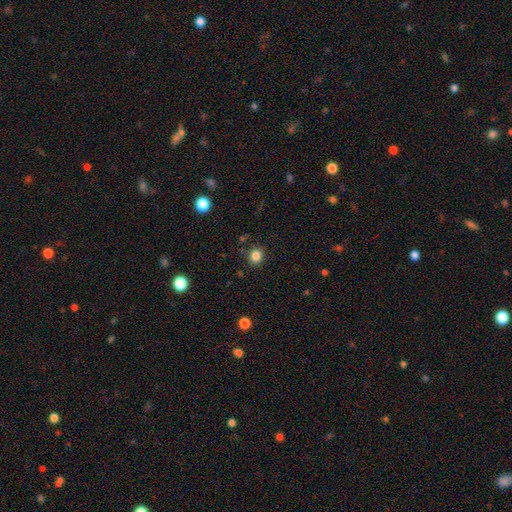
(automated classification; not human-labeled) Smooth or featured: smooth — 83% (star or artifact — 12%)
How rounded: round — 77% (in between — 23%)
Merging: none — 86% (minor disturbance — 9%)